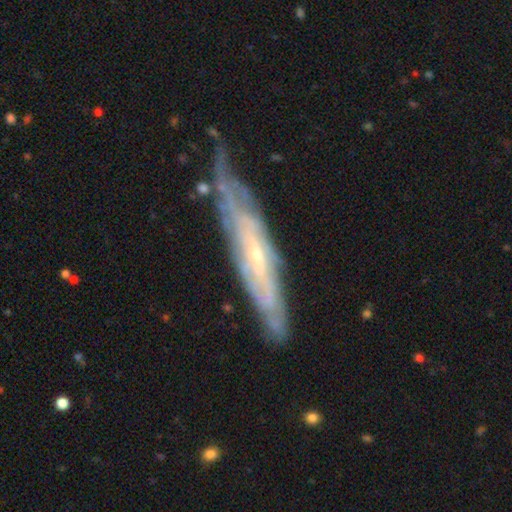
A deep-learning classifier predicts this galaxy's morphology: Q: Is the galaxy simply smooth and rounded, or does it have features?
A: featured or disk — 81%.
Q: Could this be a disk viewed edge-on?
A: no — 55%.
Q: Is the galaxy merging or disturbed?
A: none — 60%.